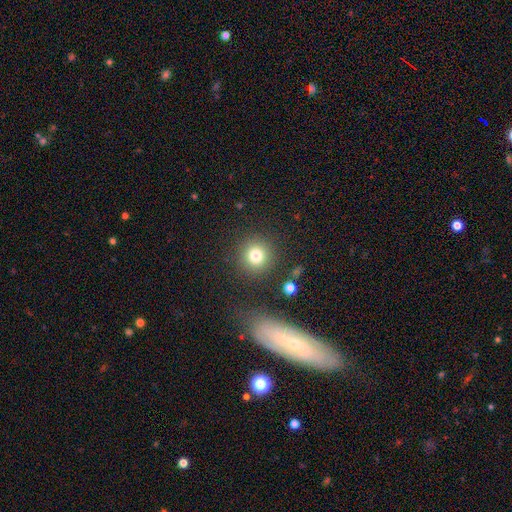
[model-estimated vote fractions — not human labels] This appears to be a smooth galaxy with no disk features (79%) that is round (93%). Merging: none (86%).